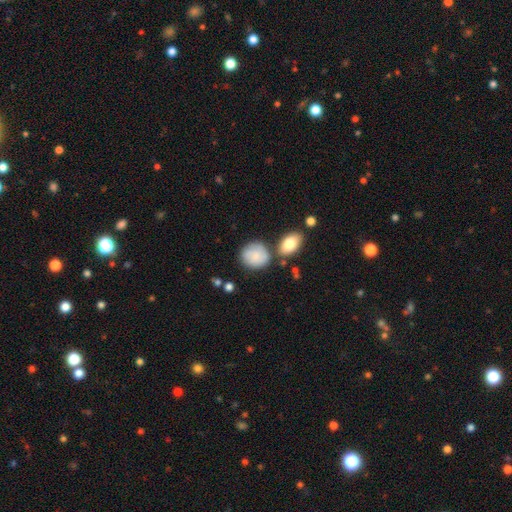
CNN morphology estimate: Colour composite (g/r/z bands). It shows a smooth galaxy with no disk features (79%) that is round (74%). Merging: none (62%).